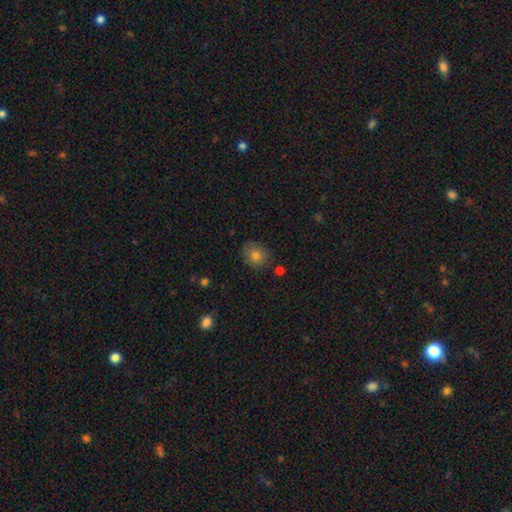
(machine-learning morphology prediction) A smooth galaxy with no disk features (77%) that is round (64%). Merging: none (80%).